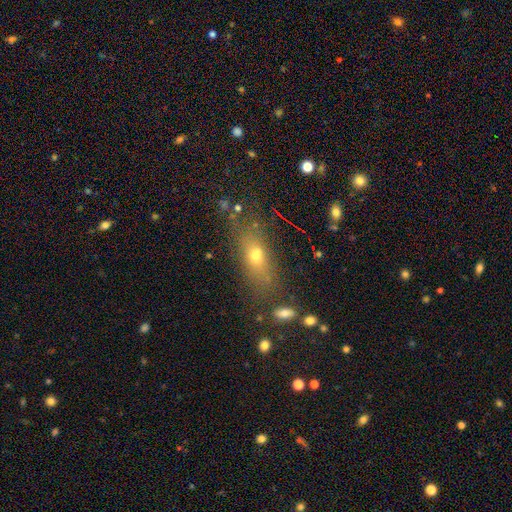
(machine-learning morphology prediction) This is likely a smooth galaxy (62%). How rounded: likely in between (64%). Merging: likely none (66%).